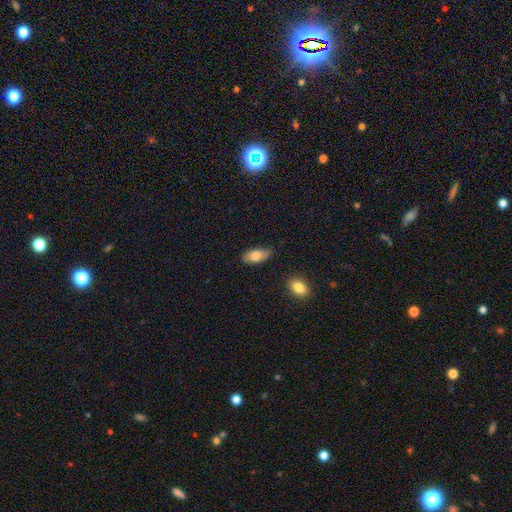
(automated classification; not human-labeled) Smooth or featured? Predicted: smooth (p=0.80). How rounded? Predicted: in between (p=0.89). Merging? Predicted: none (p=0.77).